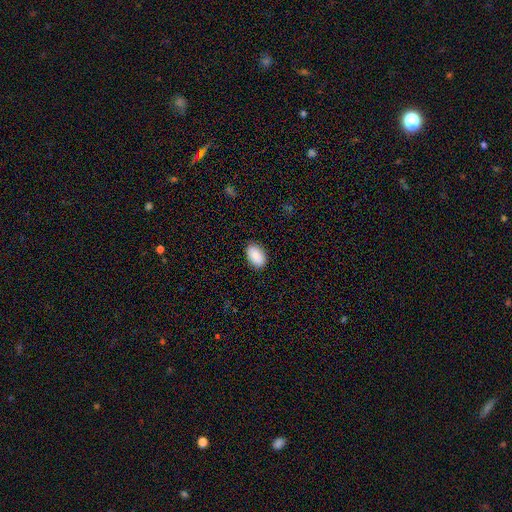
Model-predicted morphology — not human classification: smooth 86%, featured or disk 8%, star or artifact 7%. Down the decision tree: how rounded — in between (91%); merging — none (87%).